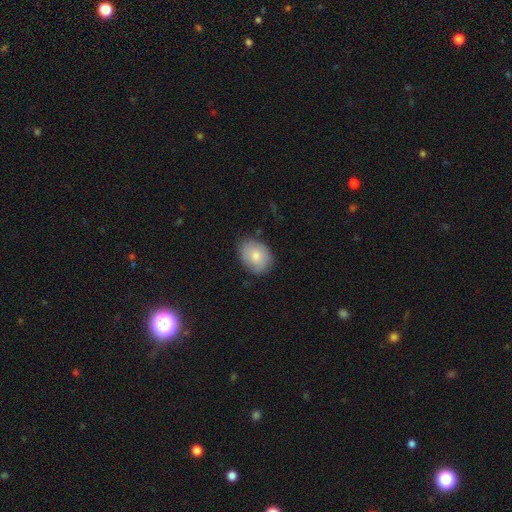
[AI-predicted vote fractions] Morphology: type=smooth (78%); roundness=in between (69%); merging=none (76%).